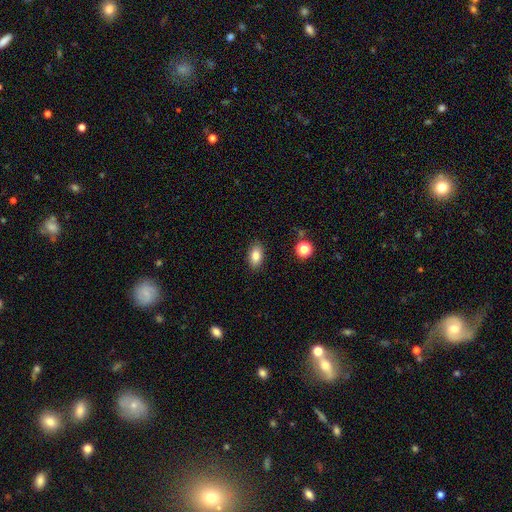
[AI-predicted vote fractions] Morphology: type=smooth (82%); roundness=in between (89%); merging=none (88%).